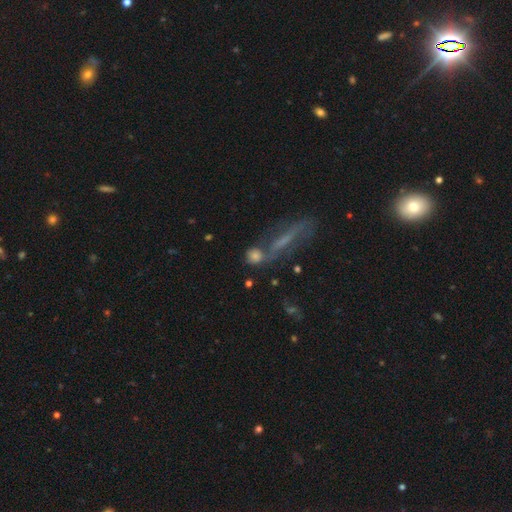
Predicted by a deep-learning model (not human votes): A smooth galaxy with no disk features (60%) that is round (47%).

Vote fractions:
- Smooth or featured? smooth: 60% / featured or disk: 25% / star or artifact: 15%
- How rounded? round: 47% / cigar-shaped: 31% / in between: 21%
- Merging? none: 53% / merger: 23% / minor disturbance: 14% / major disturbance: 9%